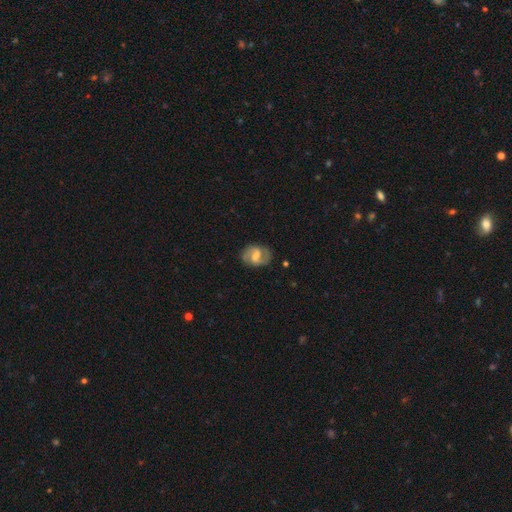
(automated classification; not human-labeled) Q: Smooth or featured?
A: featured or disk (73%); runner-up: smooth (20%)
Q: Edge-on disk?
A: no (97%); runner-up: yes (3%)
Q: Bar?
A: weak (53%); runner-up: strong (29%)
Q: Spiral arms?
A: yes (90%); runner-up: no (10%)
Q: Spiral winding?
A: medium (50%); runner-up: loose (29%)
Q: Spiral arm count?
A: 2 (88%); runner-up: can't tell (6%)
Q: Bulge size?
A: moderate (45%); runner-up: small (32%)
Q: Merging?
A: none (79%); runner-up: minor disturbance (14%)